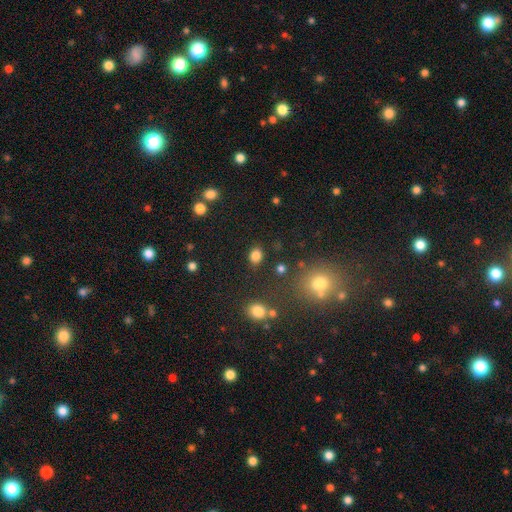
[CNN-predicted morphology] Smooth or featured?
  - smooth: 83% *
  - star or artifact: 12%
  - featured or disk: 5%
How rounded?
  - in between: 54% *
  - round: 45%
  - cigar-shaped: 1%
Merging?
  - none: 84% *
  - minor disturbance: 10%
  - major disturbance: 3%
  - merger: 3%